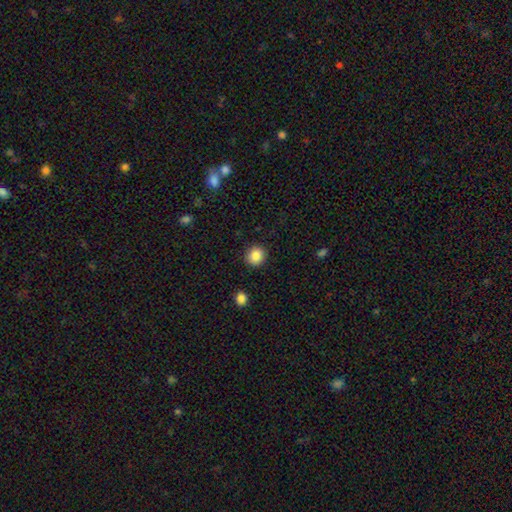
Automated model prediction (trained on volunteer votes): Overall: smooth (87%). How rounded: round (87%). Merging: none (91%).